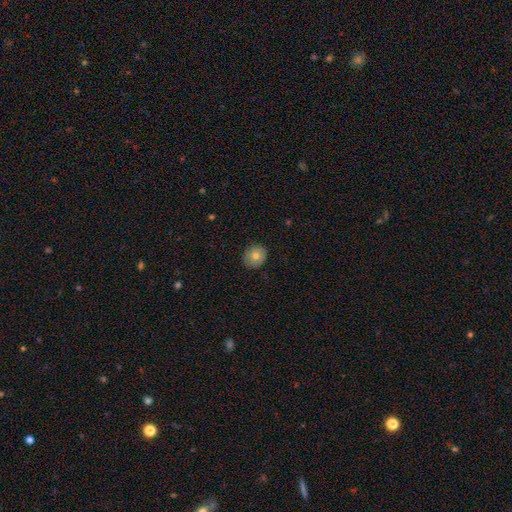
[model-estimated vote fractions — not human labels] This is likely a smooth galaxy (76%). How rounded: likely round (79%). Merging: clearly none (86%).